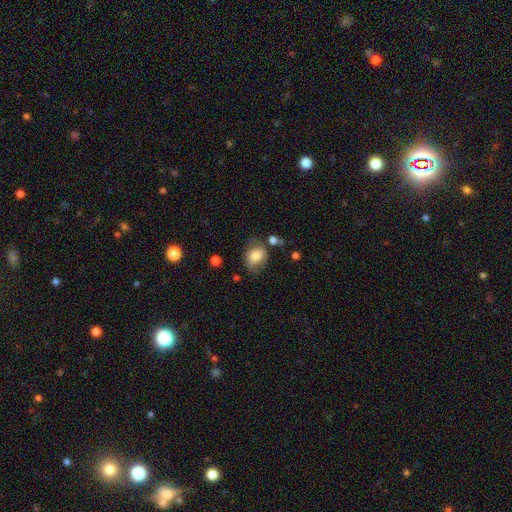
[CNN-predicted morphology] The model was most divided on "how rounded": in between: 57%, round: 42%, cigar-shaped: 1%. More confident: smooth or featured — smooth (72%); merging — none (60%).